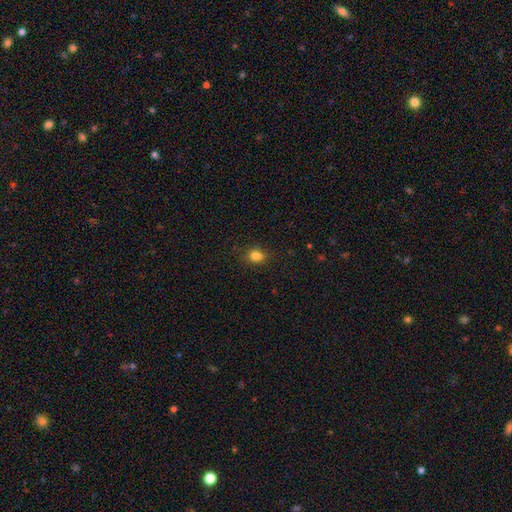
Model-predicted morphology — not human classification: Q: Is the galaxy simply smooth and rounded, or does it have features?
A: smooth — 78%.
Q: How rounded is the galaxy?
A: round — 55%.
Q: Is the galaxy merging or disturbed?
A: none — 62%.